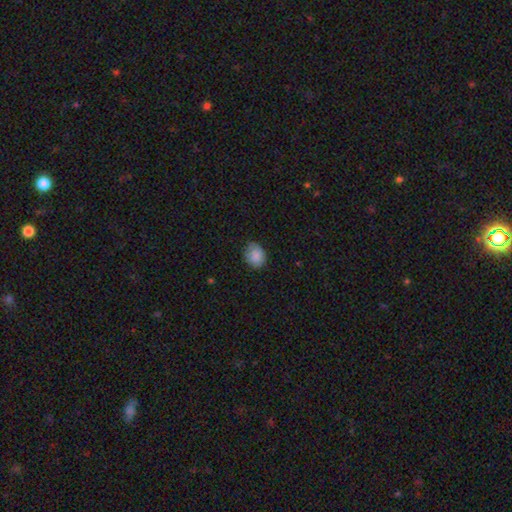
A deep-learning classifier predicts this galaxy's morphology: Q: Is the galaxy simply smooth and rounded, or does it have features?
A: smooth — 87%.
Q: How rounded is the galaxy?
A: in between — 52%.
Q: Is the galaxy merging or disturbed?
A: none — 71%.